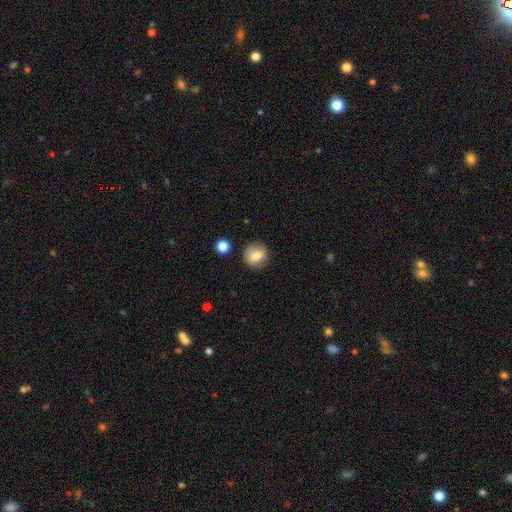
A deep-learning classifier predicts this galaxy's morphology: Overall: smooth (72%). How rounded: round (82%). Merging: none (80%).